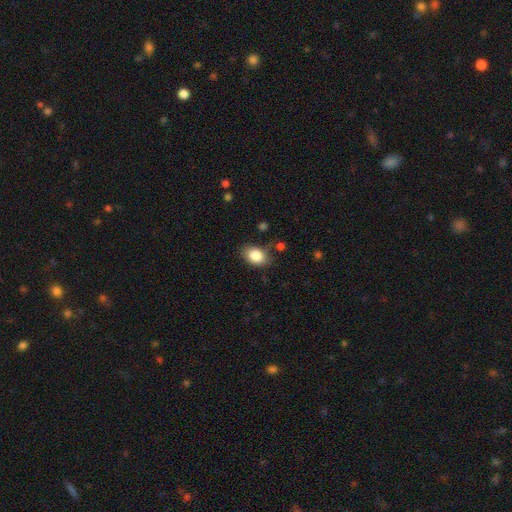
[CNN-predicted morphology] The model was most divided on "merging": none: 75%, minor disturbance: 17%, major disturbance: 4%, merger: 3%. More confident: smooth or featured — smooth (85%); how rounded — in between (80%).